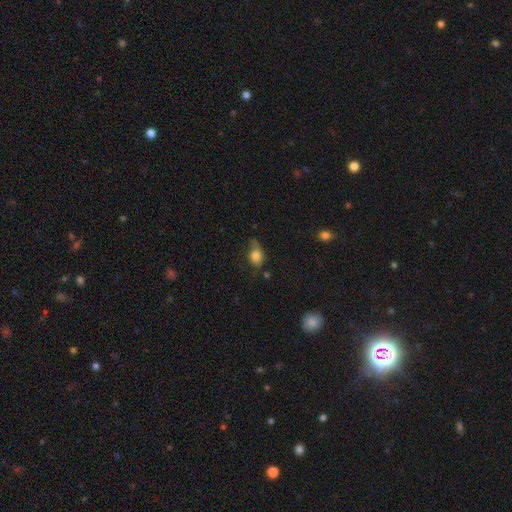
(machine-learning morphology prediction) A smooth galaxy with no disk features (78%) that is in between round and cigar-shaped (55%). Merging: none (43%).